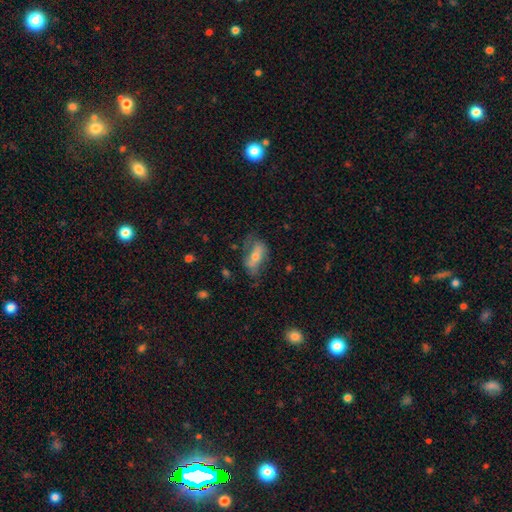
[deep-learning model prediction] Smooth or featured?
  - smooth: 48% *
  - featured or disk: 44%
  - star or artifact: 8%
Merging?
  - none: 54% *
  - minor disturbance: 26%
  - major disturbance: 17%
  - merger: 3%